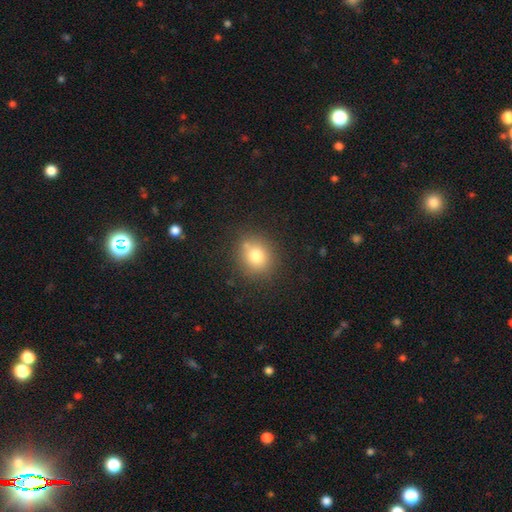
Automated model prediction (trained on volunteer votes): Q: Smooth or featured?
A: smooth (78%); runner-up: star or artifact (13%)
Q: How rounded?
A: round (78%); runner-up: in between (21%)
Q: Merging?
A: none (78%); runner-up: minor disturbance (12%)